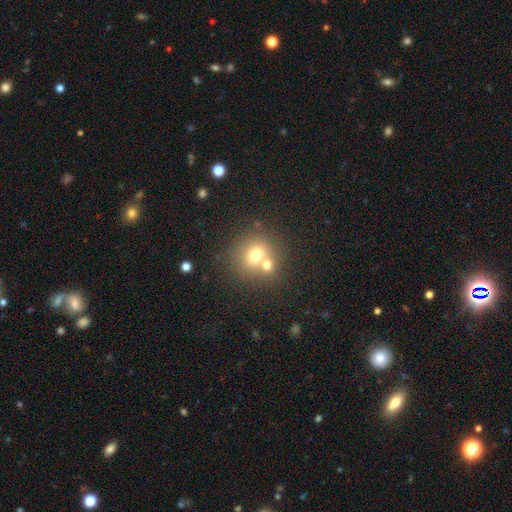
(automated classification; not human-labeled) A smooth galaxy with no disk features (69%) that is round (77%).

Vote fractions:
- Smooth or featured? smooth: 69% / featured or disk: 17% / star or artifact: 14%
- How rounded? round: 77% / in between: 22% / cigar-shaped: 1%
- Merging? merger: 45% (tied) / none: 45% (tied) / minor disturbance: 7% / major disturbance: 3%